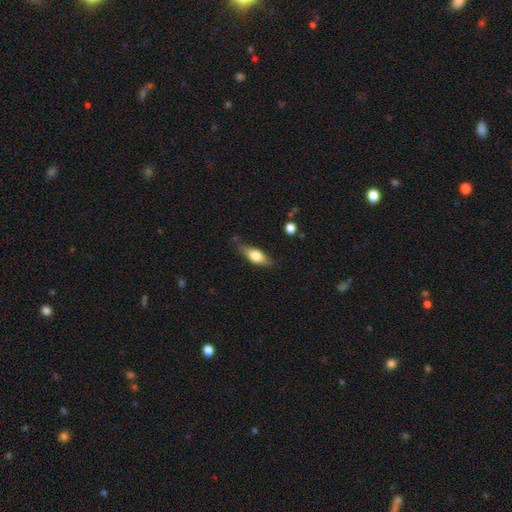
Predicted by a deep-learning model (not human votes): Smooth or featured? smooth (62%)
How rounded? in between (63%)
Merging? none (77%)